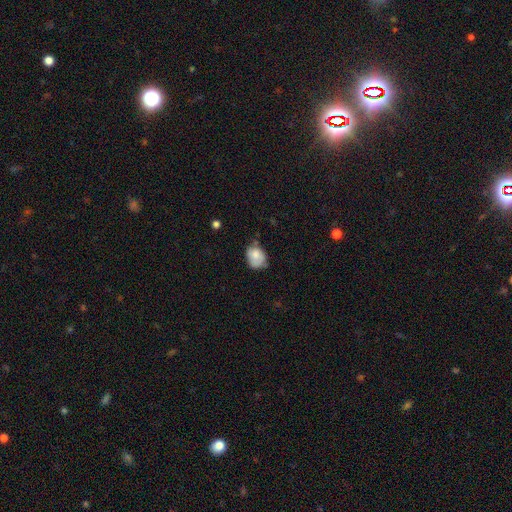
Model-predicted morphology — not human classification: Smooth or featured: smooth — 75% (featured or disk — 17%)
How rounded: in between — 55% (round — 44%)
Merging: none — 47% (minor disturbance — 37%)